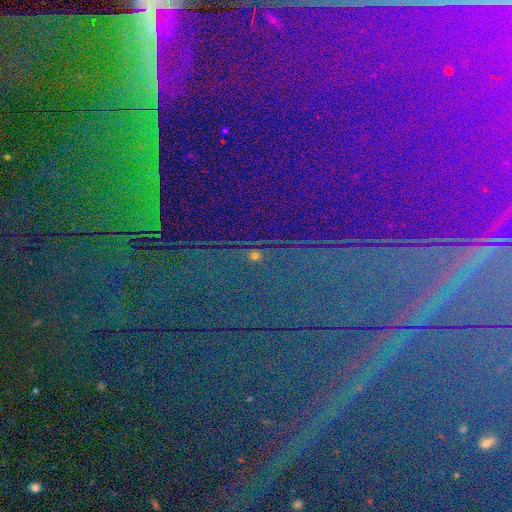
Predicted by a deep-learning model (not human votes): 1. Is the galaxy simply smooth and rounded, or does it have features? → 87% star or artifact, 6% featured or disk, 6% smooth.